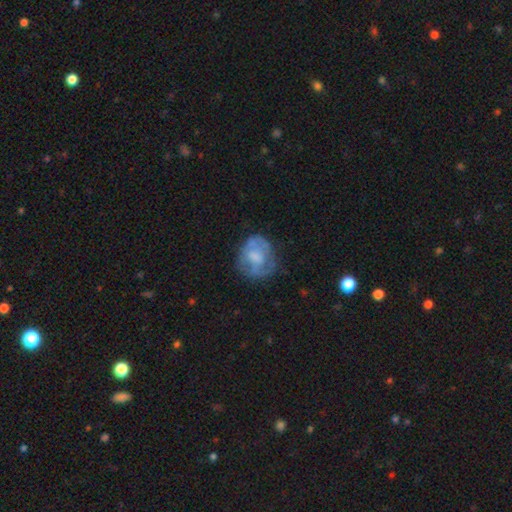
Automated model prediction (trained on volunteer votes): Smooth or featured: featured or disk — 50% (smooth — 42%)
Merging: none — 57% (minor disturbance — 24%)